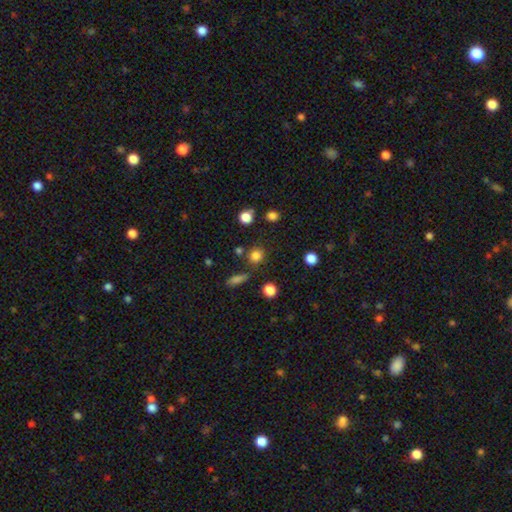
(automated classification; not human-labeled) This is clearly a smooth galaxy (81%). How rounded: clearly round (86%). Merging: likely none (76%).